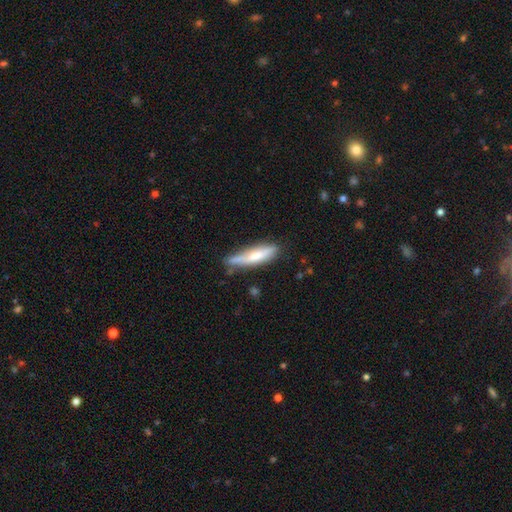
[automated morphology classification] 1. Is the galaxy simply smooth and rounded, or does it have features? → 60% smooth, 34% featured or disk, 6% star or artifact.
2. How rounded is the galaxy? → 77% cigar-shaped, 21% in between, 2% round.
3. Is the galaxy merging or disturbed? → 59% none, 29% minor disturbance, 7% major disturbance, 5% merger.